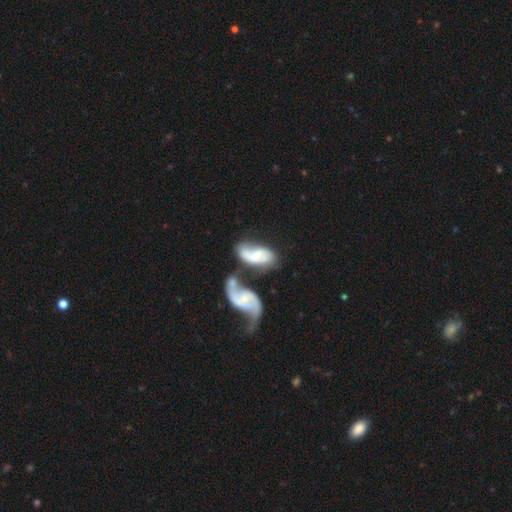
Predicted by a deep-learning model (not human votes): This appears to be a featured or disk galaxy (65%) with no bar (49%), 2 (81%) loose (51%) spiral arms (86%) and a small central bulge (43%). Merging: merger (61%).